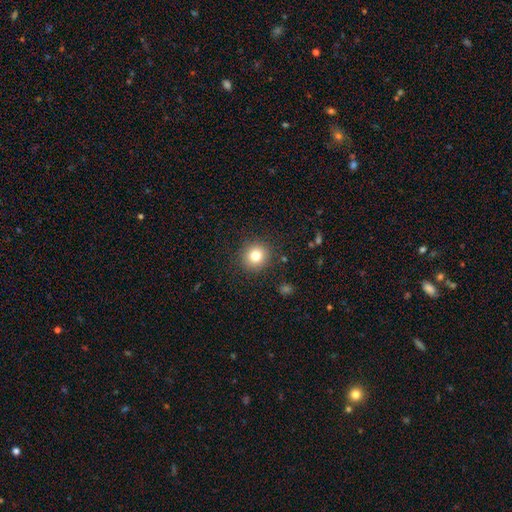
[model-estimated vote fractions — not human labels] This is likely a smooth galaxy (79%). How rounded: clearly round (92%). Merging: clearly none (90%).